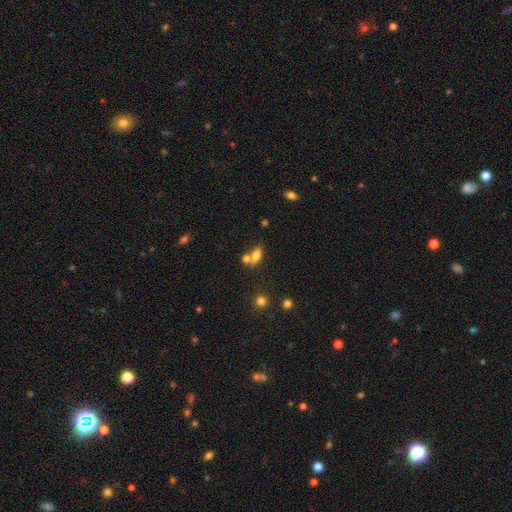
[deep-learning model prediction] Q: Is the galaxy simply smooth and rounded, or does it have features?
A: smooth — 74%.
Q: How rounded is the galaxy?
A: in between — 81%.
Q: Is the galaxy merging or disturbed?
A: merger — 44%.